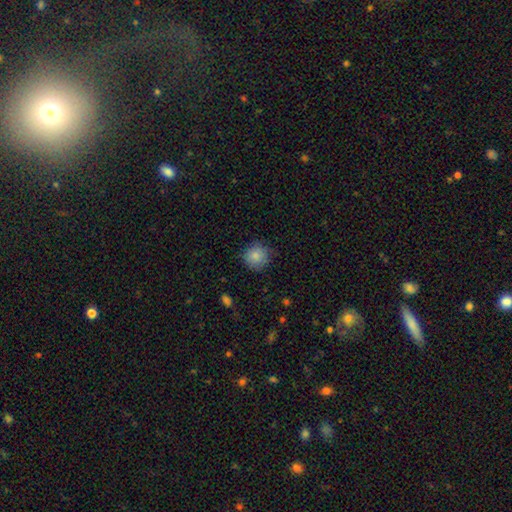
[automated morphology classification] A smooth galaxy with no disk features (84%) that is round (91%).

Vote fractions:
- Smooth or featured? smooth: 84% / star or artifact: 9% / featured or disk: 8%
- How rounded? round: 91% / in between: 8% / cigar-shaped: 1%
- Merging? none: 78% / minor disturbance: 17% / major disturbance: 4% / merger: 1%